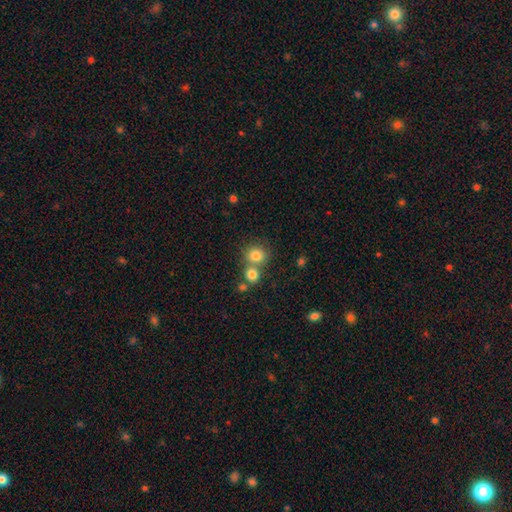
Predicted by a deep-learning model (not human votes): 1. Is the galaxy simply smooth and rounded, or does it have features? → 80% smooth, 12% star or artifact, 8% featured or disk.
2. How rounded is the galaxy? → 85% round, 14% in between, 1% cigar-shaped.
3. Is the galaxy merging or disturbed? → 53% none, 37% merger, 7% minor disturbance, 3% major disturbance.